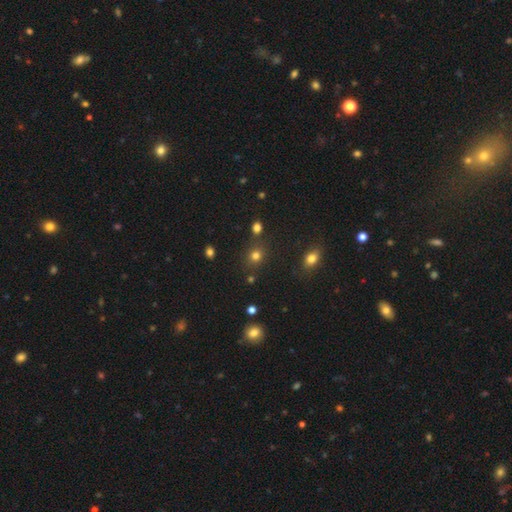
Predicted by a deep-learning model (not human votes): This appears to be a smooth galaxy with no disk features (76%) that is round (77%). Merging: none (77%).